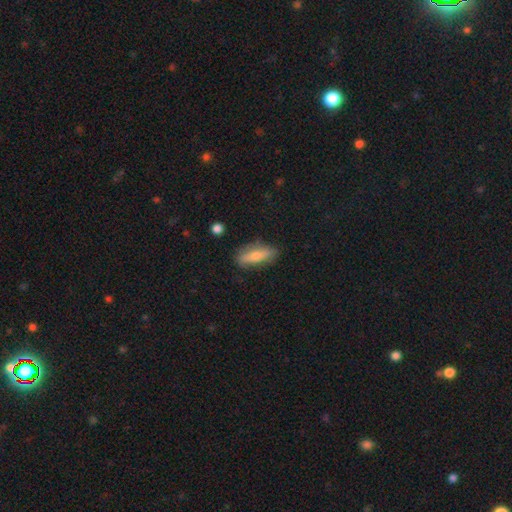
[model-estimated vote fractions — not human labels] Smooth or featured? Predicted: smooth (p=0.63). How rounded? Predicted: in between (p=0.50). Merging? Predicted: none (p=0.81).